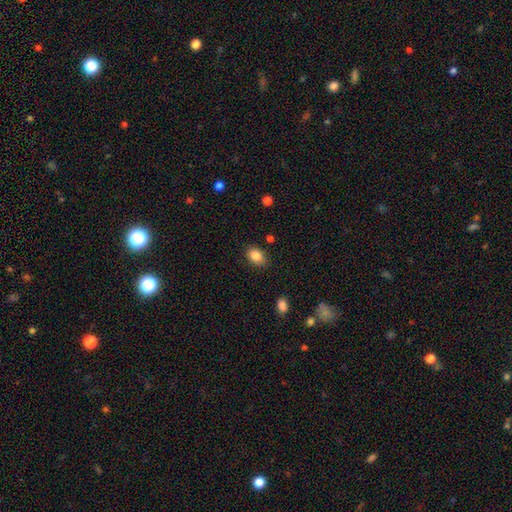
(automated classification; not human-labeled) smooth_or_featured: smooth (p=0.86) [alt: star or artifact p=0.09]
how_rounded: in between (p=0.79) [alt: round p=0.20]
merging: none (p=0.83) [alt: minor disturbance p=0.12]